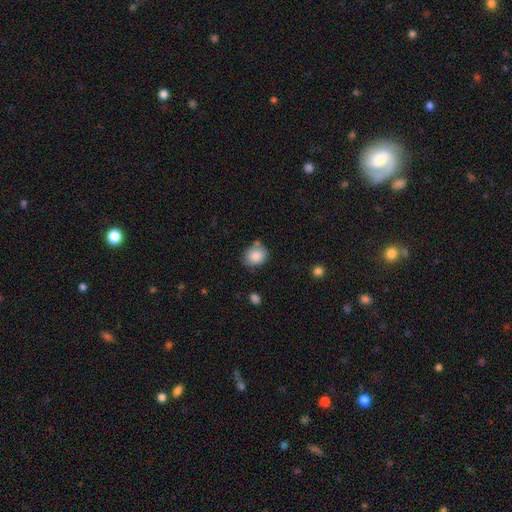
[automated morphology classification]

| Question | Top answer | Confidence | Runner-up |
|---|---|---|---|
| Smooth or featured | smooth | 86% | star or artifact (8%) |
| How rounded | round | 60% | in between (39%) |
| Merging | none | 68% | minor disturbance (19%) |